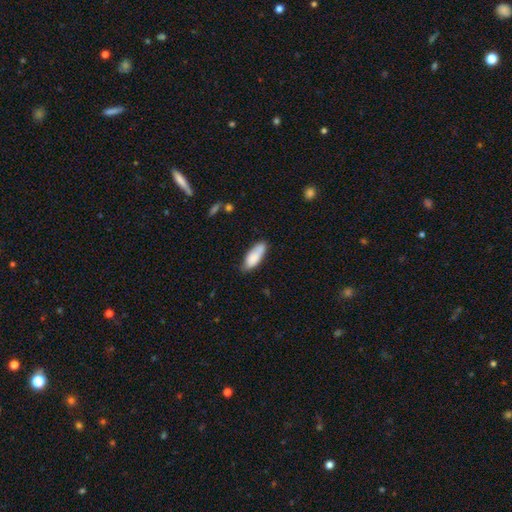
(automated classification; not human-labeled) Smooth or featured: smooth — 85% (featured or disk — 9%)
How rounded: in between — 70% (cigar-shaped — 29%)
Merging: none — 69% (minor disturbance — 24%)